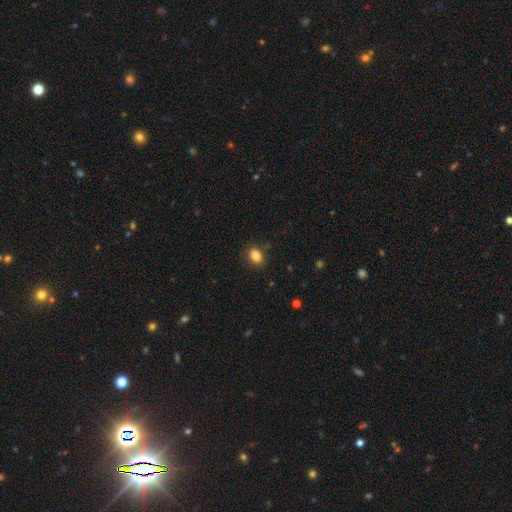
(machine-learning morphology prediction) smooth_or_featured: smooth (p=0.86) [alt: star or artifact p=0.09]
how_rounded: in between (p=0.78) [alt: round p=0.21]
merging: none (p=0.85) [alt: minor disturbance p=0.11]